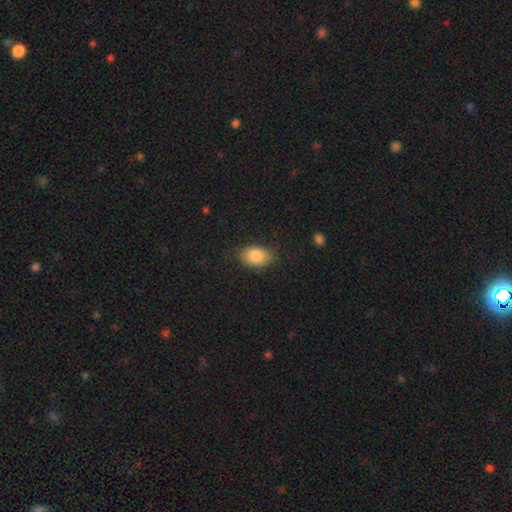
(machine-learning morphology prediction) Smooth or featured? smooth (85%)
How rounded? in between (84%)
Merging? none (80%)